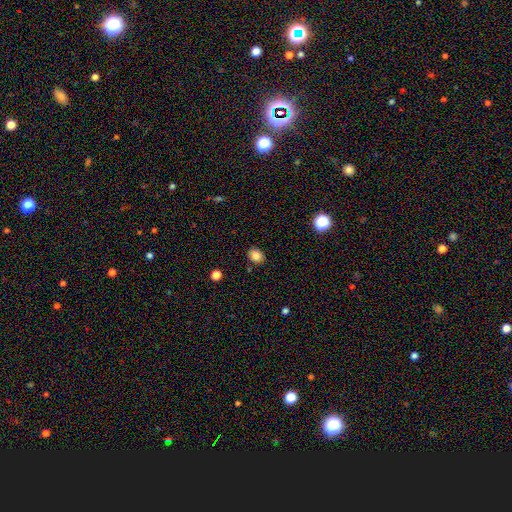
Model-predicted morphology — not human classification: This appears to be a smooth galaxy with no disk features (83%) that is round (54%). Merging: none (87%).